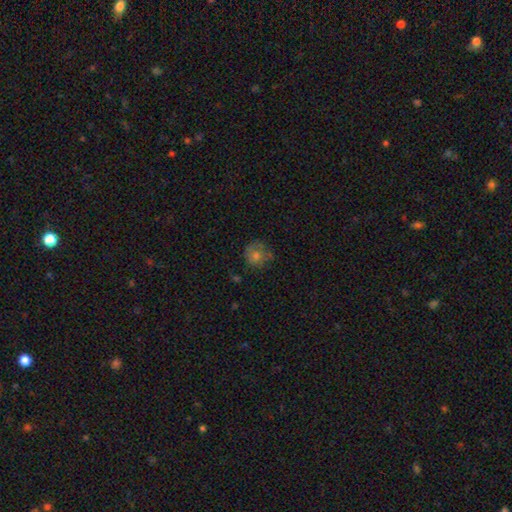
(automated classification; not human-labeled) Smooth or featured? smooth (66%)
How rounded? round (87%)
Merging? none (63%)